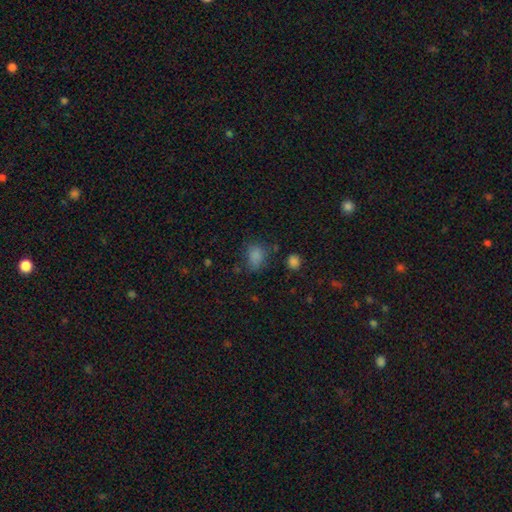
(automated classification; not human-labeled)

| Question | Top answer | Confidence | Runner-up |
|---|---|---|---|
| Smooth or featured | smooth | 81% | star or artifact (14%) |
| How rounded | in between | 65% | round (33%) |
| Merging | none | 65% | minor disturbance (22%) |